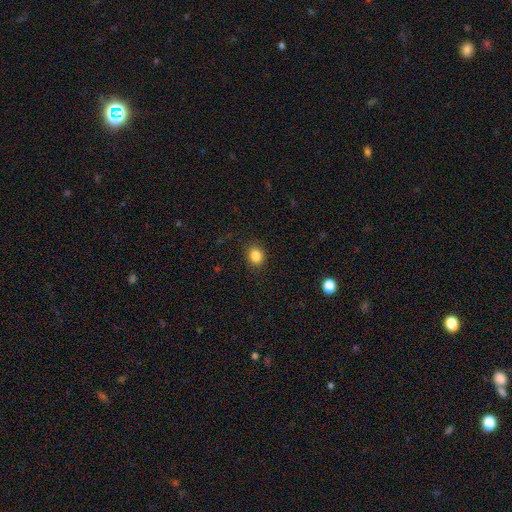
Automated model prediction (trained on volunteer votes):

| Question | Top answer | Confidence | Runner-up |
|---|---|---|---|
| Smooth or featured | smooth | 85% | star or artifact (10%) |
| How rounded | round | 60% | in between (39%) |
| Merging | none | 87% | minor disturbance (9%) |